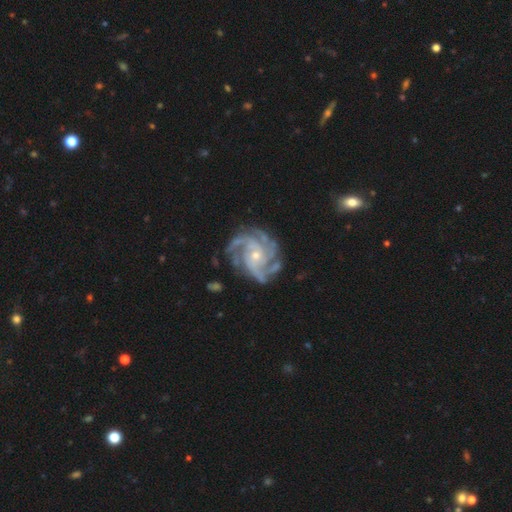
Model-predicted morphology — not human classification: Smooth or featured? Predicted: featured or disk (p=0.92). Edge-on disk? Predicted: no (p=0.98). Bar? Predicted: no (p=0.70). Spiral arms? Predicted: yes (p=0.98). Spiral winding? Predicted: tight (p=0.55). Spiral arm count? Predicted: 4 (p=0.35). Bulge size? Predicted: small (p=0.66). Merging? Predicted: none (p=0.76).